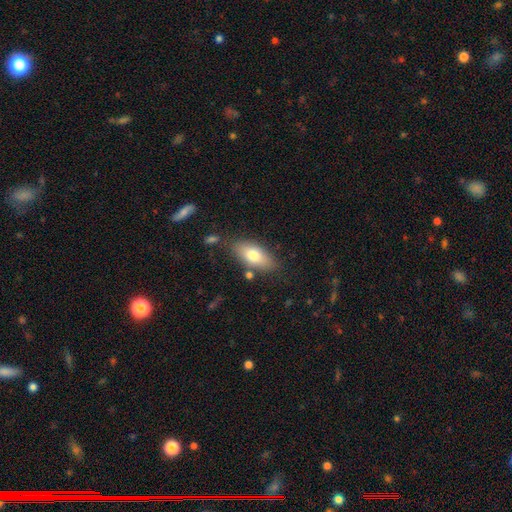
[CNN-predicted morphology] A smooth galaxy with no disk features (74%) that is in between round and cigar-shaped (86%).

Vote fractions:
- Smooth or featured? smooth: 74% / featured or disk: 19% / star or artifact: 7%
- How rounded? in between: 86% / cigar-shaped: 11% / round: 3%
- Merging? none: 78% / minor disturbance: 14% / merger: 5% / major disturbance: 3%